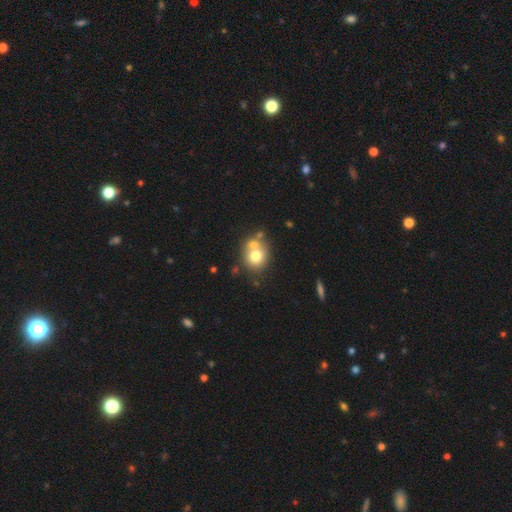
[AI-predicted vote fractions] smooth_or_featured: smooth (p=0.71) [alt: featured or disk p=0.18]
how_rounded: round (p=0.72) [alt: in between p=0.28]
merging: none (p=0.47) [alt: merger p=0.38]